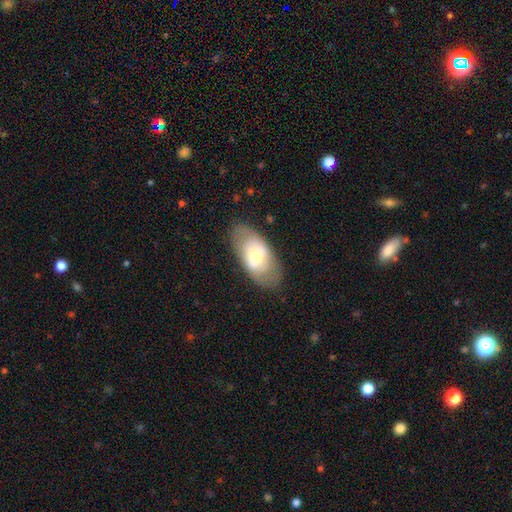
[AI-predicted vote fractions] smooth-or-featured: smooth: 48% | featured or disk: 45% | star or artifact: 6%
  merging: none: 78% | minor disturbance: 16% | major disturbance: 5% | merger: 1%